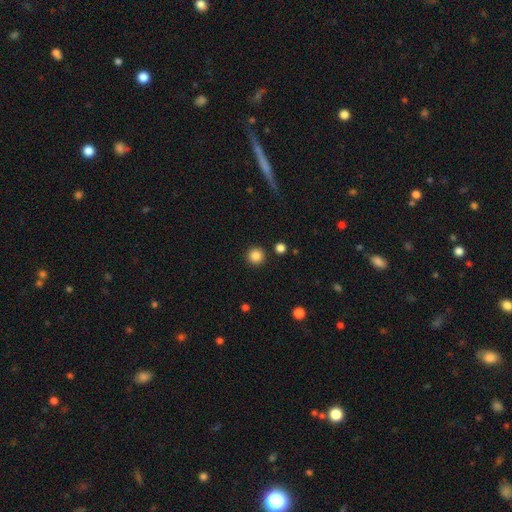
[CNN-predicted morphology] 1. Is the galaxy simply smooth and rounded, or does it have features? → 86% smooth, 11% star or artifact, 4% featured or disk.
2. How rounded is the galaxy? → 95% round, 4% in between, 1% cigar-shaped.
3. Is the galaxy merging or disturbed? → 91% none, 5% minor disturbance, 2% merger, 2% major disturbance.